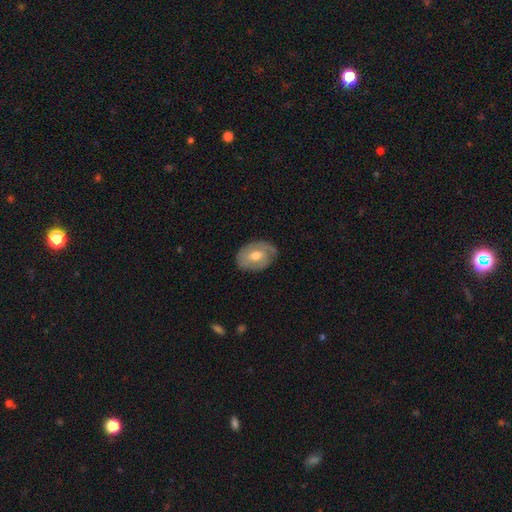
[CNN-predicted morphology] A featured or disk galaxy (59%) with no bar (55%), spiral arms (64%) and a moderate central bulge (76%).

Vote fractions:
- Smooth or featured? featured or disk: 59% / smooth: 35% / star or artifact: 6%
- Edge-on disk? no: 94% / yes: 6%
- Bar? no: 55% / weak: 36% / strong: 9%
- Spiral arms? yes: 64% / no: 36%
- Bulge size? moderate: 76% / small: 13% / large: 9% / none: 1% / dominant: 1%
- Merging? none: 73% / minor disturbance: 20% / major disturbance: 5% / merger: 1%